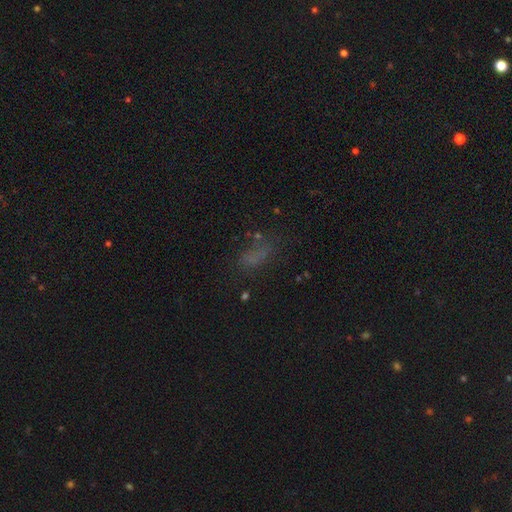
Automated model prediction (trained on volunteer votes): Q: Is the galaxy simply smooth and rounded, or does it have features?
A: smooth — 58%.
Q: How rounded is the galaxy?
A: in between — 75%.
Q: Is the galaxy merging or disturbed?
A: none — 53%.